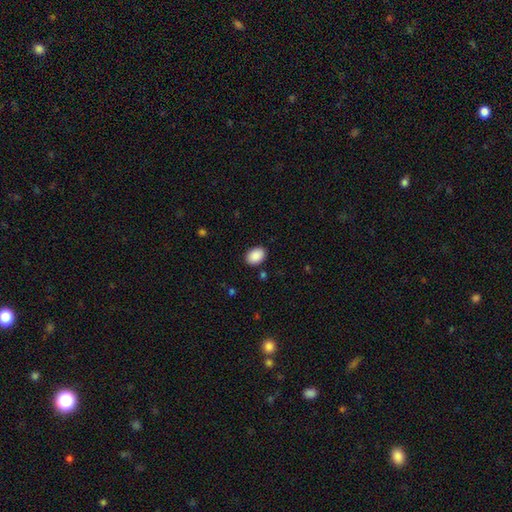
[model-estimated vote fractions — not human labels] This appears to be a smooth galaxy with no disk features (90%) that is in between round and cigar-shaped (75%). Merging: none (88%).